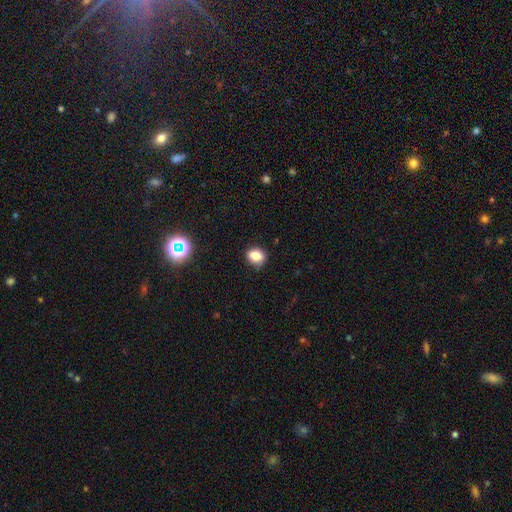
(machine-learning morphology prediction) Smooth or featured? Predicted: smooth (p=0.81). How rounded? Predicted: round (p=0.57). Merging? Predicted: none (p=0.83).